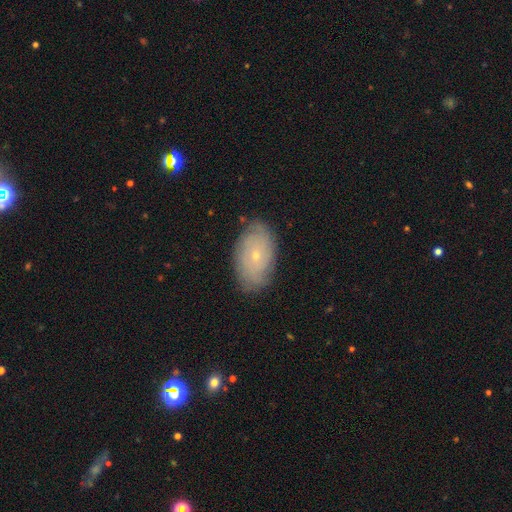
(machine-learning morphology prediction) Smooth or featured?
  - featured or disk: 55% *
  - smooth: 36%
  - star or artifact: 9%
Edge-on disk?
  - no: 93% *
  - yes: 7%
Bar?
  - no: 84% *
  - weak: 13%
  - strong: 2%
Spiral arms?
  - yes: 74% *
  - no: 26%
Bulge size?
  - small: 79% *
  - moderate: 18%
  - none: 1%
  - large: 1%
  - dominant: 1%
Merging?
  - none: 81% *
  - minor disturbance: 15%
  - major disturbance: 3%
  - merger: 1%